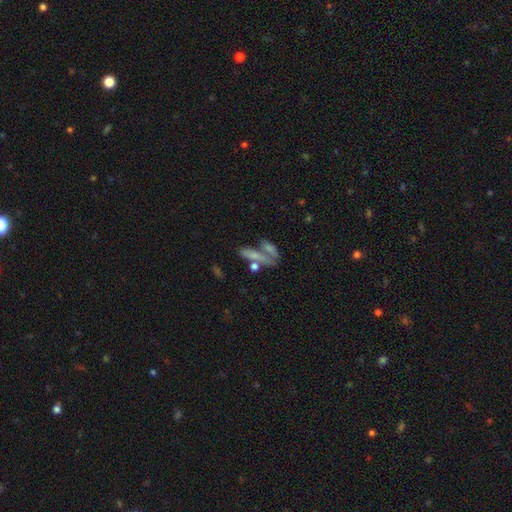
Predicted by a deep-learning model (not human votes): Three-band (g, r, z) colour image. It shows a smooth galaxy with no disk features (57%) that is in between round and cigar-shaped (46%). Merging: merger (47%).